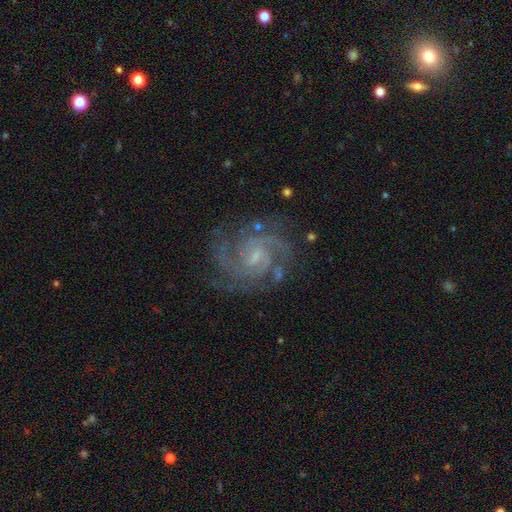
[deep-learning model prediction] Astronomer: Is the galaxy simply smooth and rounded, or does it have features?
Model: featured or disk — 90%.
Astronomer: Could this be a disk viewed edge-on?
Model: no — 98%.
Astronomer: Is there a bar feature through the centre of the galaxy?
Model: weak — 52% (runner-up: no, 37%).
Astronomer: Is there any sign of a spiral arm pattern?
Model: yes — 98%.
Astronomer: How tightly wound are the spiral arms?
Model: tight — 56% (runner-up: medium, 39%).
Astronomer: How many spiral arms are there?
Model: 2 — 36% (runner-up: 3, 28%).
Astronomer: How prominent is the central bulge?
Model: small — 63%.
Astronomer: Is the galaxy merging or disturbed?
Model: none — 78%.